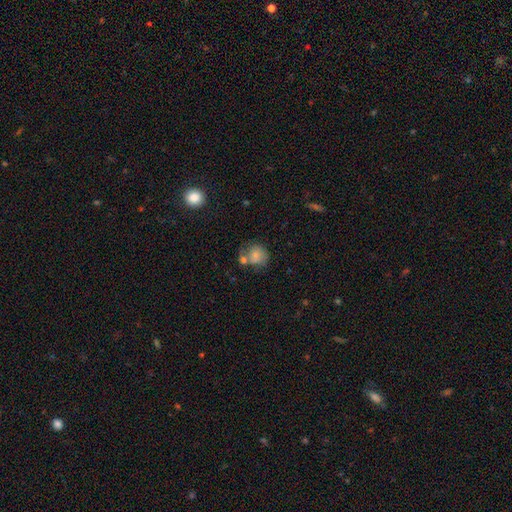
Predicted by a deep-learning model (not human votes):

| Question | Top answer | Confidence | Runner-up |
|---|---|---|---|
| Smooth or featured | smooth | 75% | featured or disk (16%) |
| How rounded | round | 74% | in between (25%) |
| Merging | none | 43% | merger (29%) |